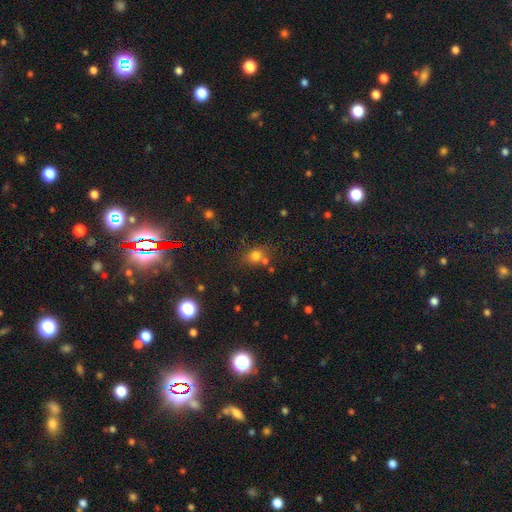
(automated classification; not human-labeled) A smooth galaxy with no disk features (73%) that is round (65%). Merging: none (62%).